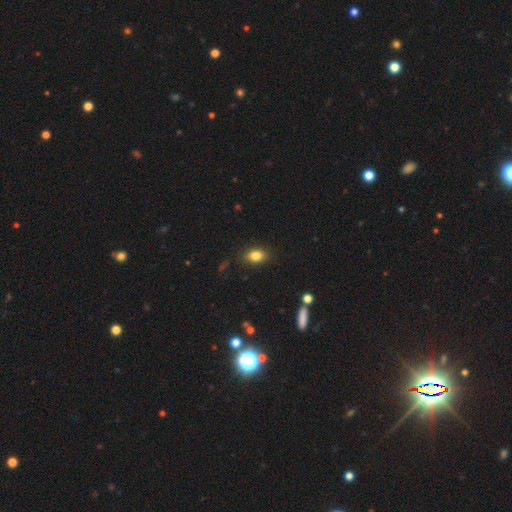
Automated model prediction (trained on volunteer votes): This appears to be a smooth galaxy with no disk features (83%) that is in between round and cigar-shaped (78%). Merging: none (85%).